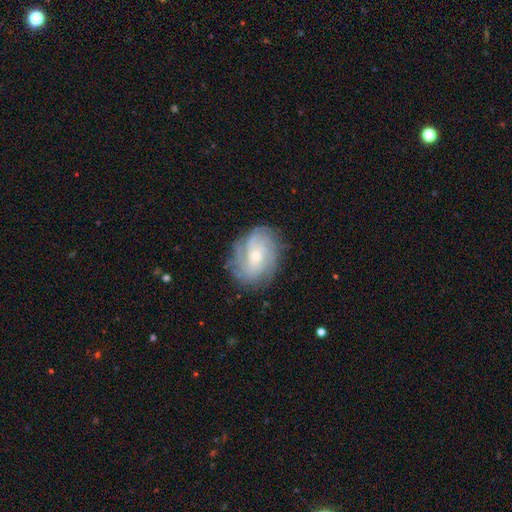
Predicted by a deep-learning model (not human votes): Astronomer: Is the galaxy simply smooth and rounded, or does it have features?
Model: featured or disk — 75%.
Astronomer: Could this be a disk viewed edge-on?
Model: no — 97%.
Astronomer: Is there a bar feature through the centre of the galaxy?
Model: no — 73%.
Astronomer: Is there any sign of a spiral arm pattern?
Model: yes — 93%.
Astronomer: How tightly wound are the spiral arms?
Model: tight — 63%.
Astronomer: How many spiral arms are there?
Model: can't tell — 40% (runner-up: 4, 19%).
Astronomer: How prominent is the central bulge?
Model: small — 68%.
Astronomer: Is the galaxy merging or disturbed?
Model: none — 78%.